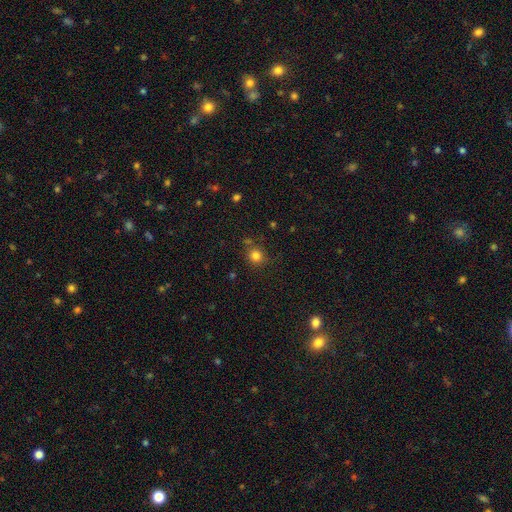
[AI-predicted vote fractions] Smooth or featured? Predicted: smooth (p=0.81). How rounded? Predicted: round (p=0.90). Merging? Predicted: none (p=0.78).